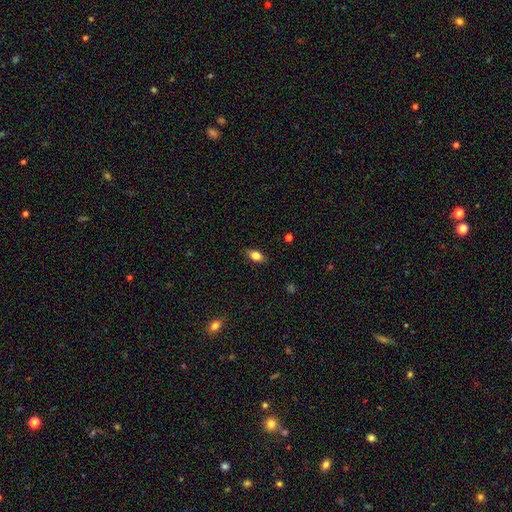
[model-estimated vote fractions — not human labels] smooth-or-featured: smooth: 78% | featured or disk: 13% | star or artifact: 9%
  how-rounded: in between: 85% | round: 8% | cigar-shaped: 7%
  merging: none: 86% | minor disturbance: 11% | major disturbance: 2% | merger: 1%